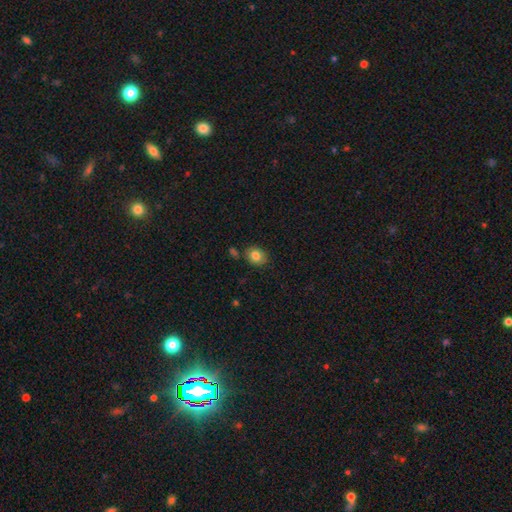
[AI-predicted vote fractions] smooth_or_featured: smooth (p=0.83) [alt: star or artifact p=0.09]
how_rounded: round (p=0.54) [alt: in between p=0.45]
merging: none (p=0.79) [alt: minor disturbance p=0.12]